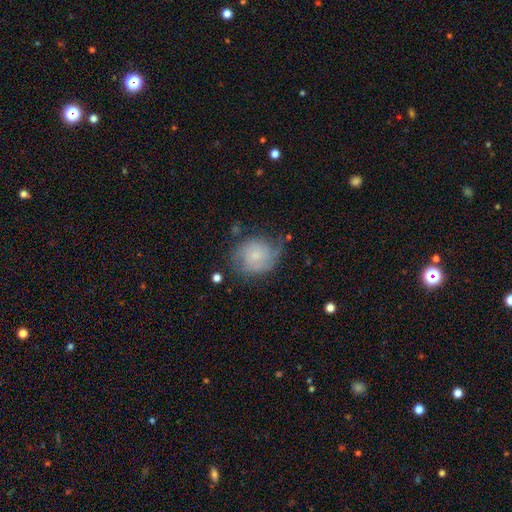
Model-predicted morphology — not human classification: featured or disk 48%, smooth 44%, star or artifact 8%. Down the decision tree: merging — none (48%).